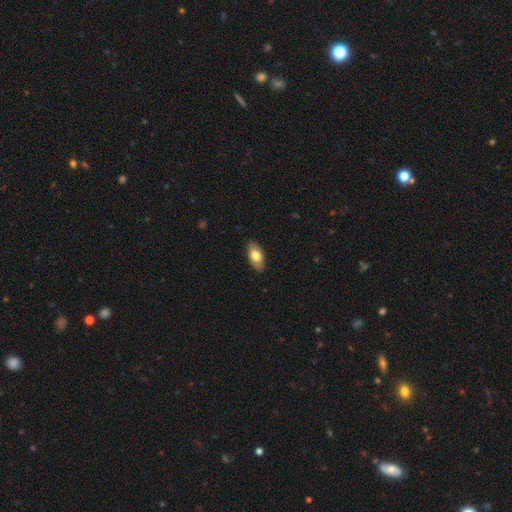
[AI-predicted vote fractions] Smooth or featured? smooth (77%)
How rounded? in between (93%)
Merging? none (88%)